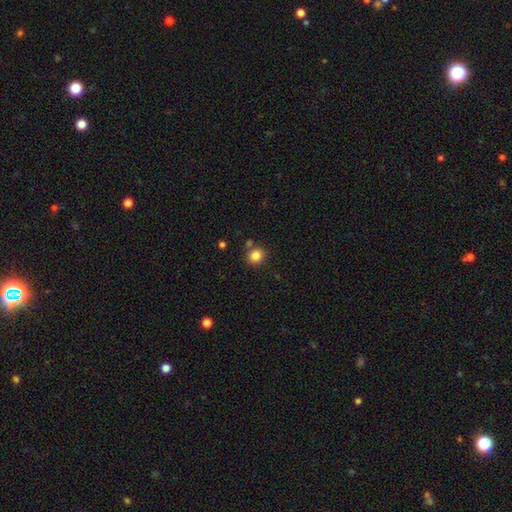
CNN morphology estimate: The model was most divided on "how rounded": round: 84%, in between: 15%, cigar-shaped: 1%. More confident: smooth or featured — smooth (84%); merging — none (81%).